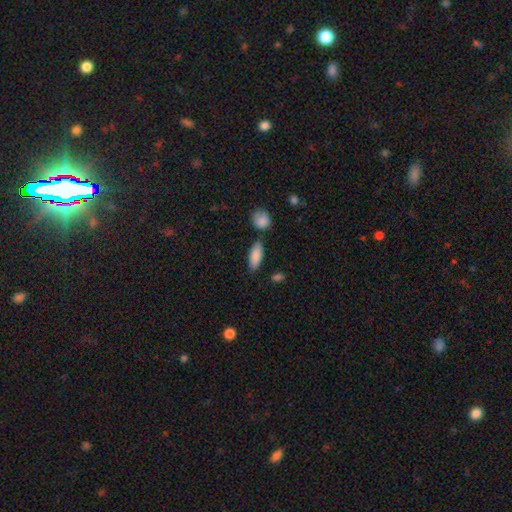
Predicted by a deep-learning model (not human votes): Q: Smooth or featured?
A: smooth (87%); runner-up: featured or disk (6%)
Q: How rounded?
A: in between (75%); runner-up: cigar-shaped (23%)
Q: Merging?
A: none (76%); runner-up: minor disturbance (13%)